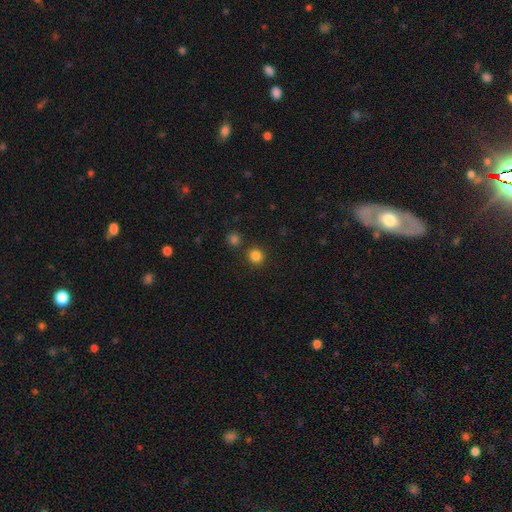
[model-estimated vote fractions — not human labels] Smooth or featured? smooth (84%)
How rounded? round (91%)
Merging? none (85%)